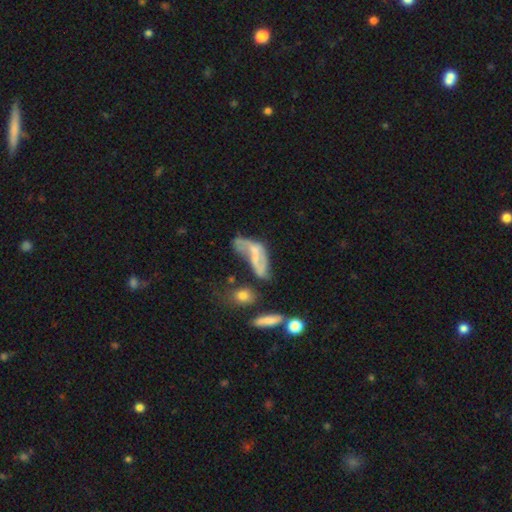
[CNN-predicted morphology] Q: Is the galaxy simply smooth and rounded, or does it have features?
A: featured or disk — 54%.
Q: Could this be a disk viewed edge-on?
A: no — 87%.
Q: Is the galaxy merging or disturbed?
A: major disturbance — 38%.